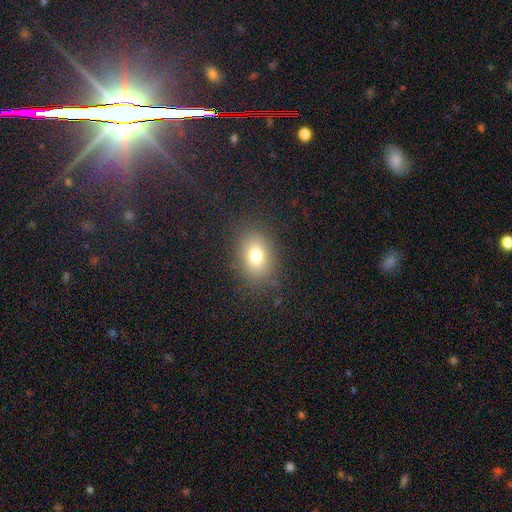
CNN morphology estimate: The model was most divided on "how rounded": in between: 69%, round: 30%, cigar-shaped: 1%. More confident: merging — none (84%); smooth or featured — smooth (76%).